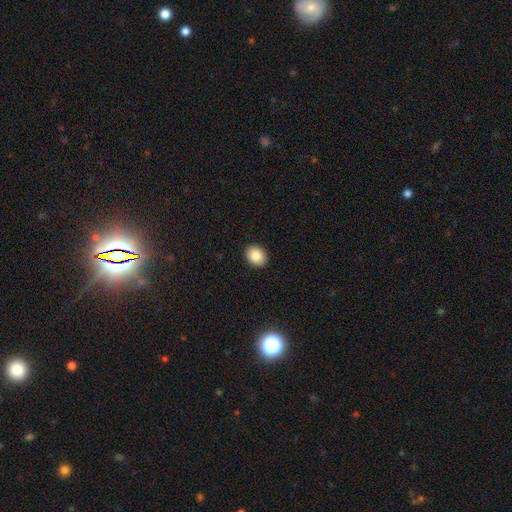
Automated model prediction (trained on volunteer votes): Smooth or featured?
  - smooth: 85% *
  - star or artifact: 8%
  - featured or disk: 6%
How rounded?
  - in between: 53% *
  - round: 46%
  - cigar-shaped: 1%
Merging?
  - none: 91% *
  - minor disturbance: 6%
  - major disturbance: 2%
  - merger: 1%